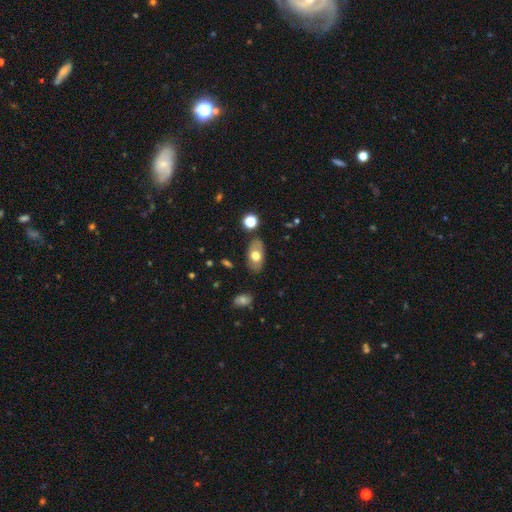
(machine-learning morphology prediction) This appears to be a smooth galaxy with no disk features (65%) that is in between round and cigar-shaped (90%). Merging: none (79%).